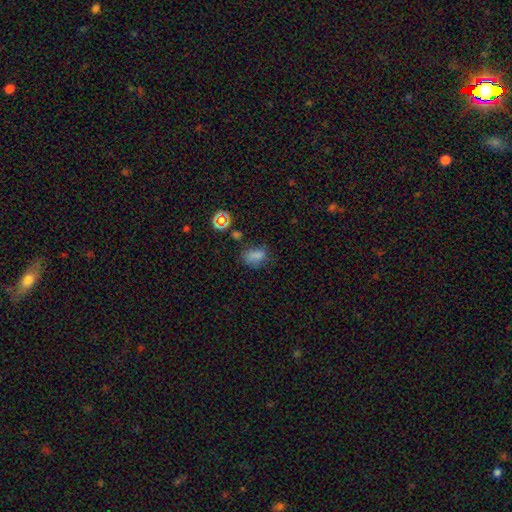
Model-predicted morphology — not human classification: Smooth or featured? Predicted: smooth (p=0.73). How rounded? Predicted: in between (p=0.77). Merging? Predicted: none (p=0.55).